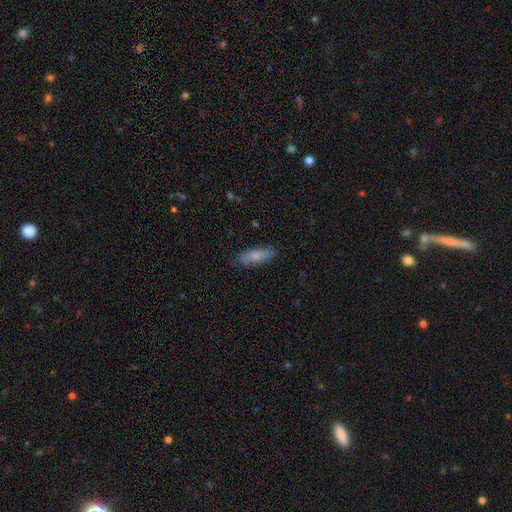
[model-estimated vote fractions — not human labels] Smooth or featured: smooth — 73% (featured or disk — 21%)
How rounded: in between — 55% (cigar-shaped — 43%)
Merging: none — 81% (minor disturbance — 15%)